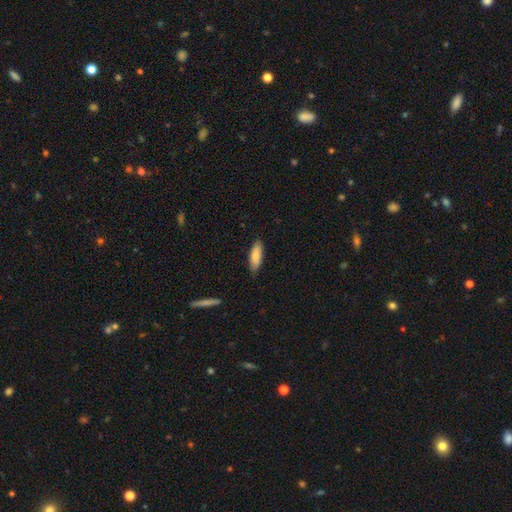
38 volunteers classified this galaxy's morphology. type=smooth (82%); roundness=cigar-shaped (52%); merging=none (83%).